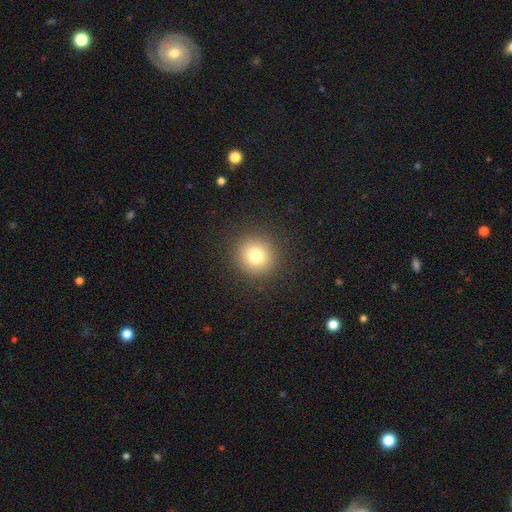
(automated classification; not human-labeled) Morphology: type=smooth (78%); roundness=round (93%); merging=none (91%).